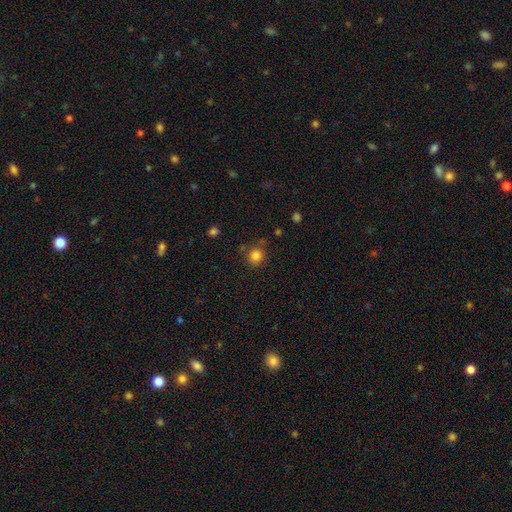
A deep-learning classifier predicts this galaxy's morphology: Q: Smooth or featured?
A: smooth (83%); runner-up: star or artifact (12%)
Q: How rounded?
A: round (90%); runner-up: in between (9%)
Q: Merging?
A: none (79%); runner-up: minor disturbance (12%)